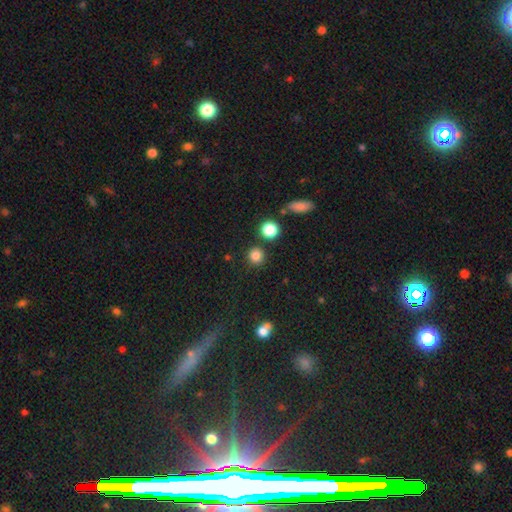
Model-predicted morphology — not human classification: The model was most divided on "smooth or featured": smooth: 83%, star or artifact: 13%, featured or disk: 4%. More confident: how rounded — round (91%); merging — none (85%).